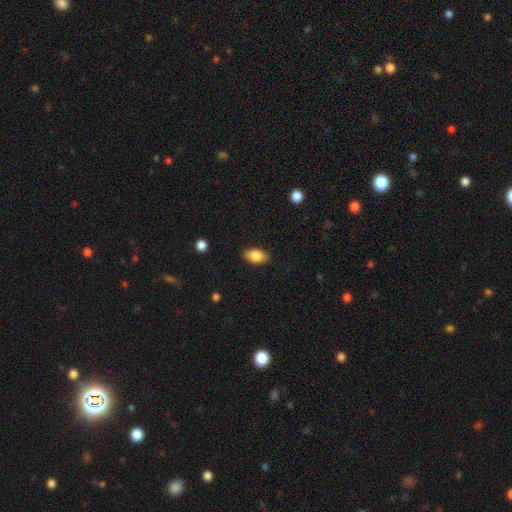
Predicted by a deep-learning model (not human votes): A smooth galaxy with no disk features (84%) that is in between round and cigar-shaped (92%). Merging: none (87%).